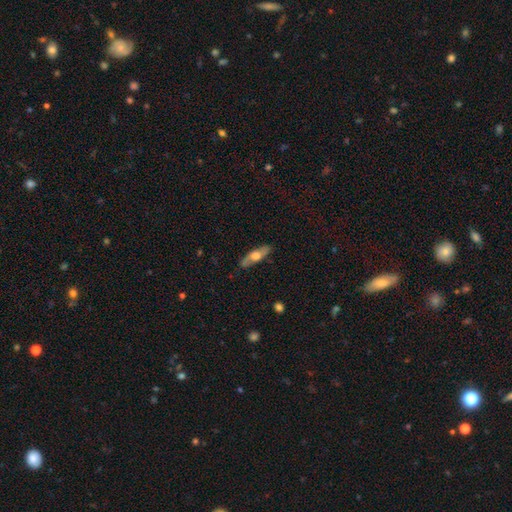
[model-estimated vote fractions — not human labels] Smooth or featured? featured or disk (49%)
Merging? none (84%)